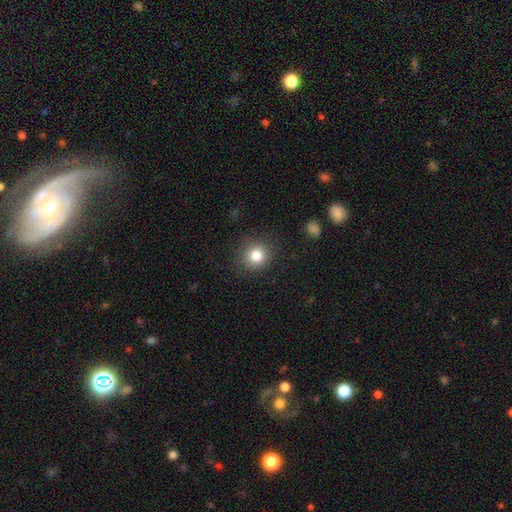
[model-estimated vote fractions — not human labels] A smooth galaxy with no disk features (82%) that is round (88%).

Vote fractions:
- Smooth or featured? smooth: 82% / star or artifact: 11% / featured or disk: 7%
- How rounded? round: 88% / in between: 11% / cigar-shaped: 1%
- Merging? none: 88% / minor disturbance: 8% / major disturbance: 3% / merger: 1%